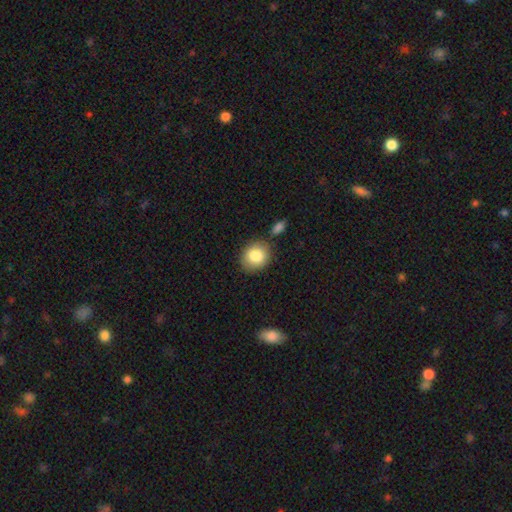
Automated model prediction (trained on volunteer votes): Smooth or featured? smooth (85%)
How rounded? round (71%)
Merging? none (78%)